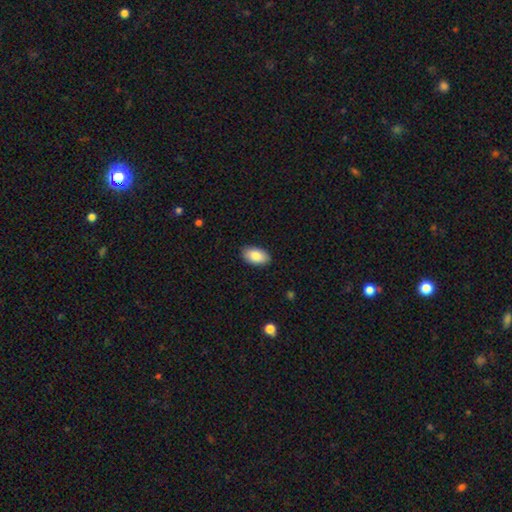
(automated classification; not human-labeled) Smooth or featured: smooth — 86% (featured or disk — 7%)
How rounded: in between — 95% (round — 4%)
Merging: none — 89% (minor disturbance — 9%)